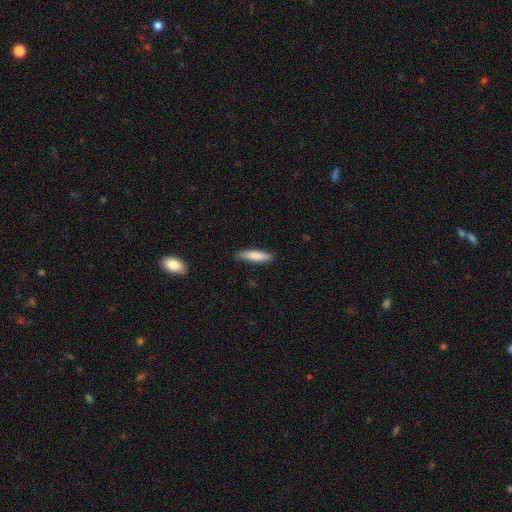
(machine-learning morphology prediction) Smooth or featured?
  - smooth: 82% *
  - featured or disk: 12%
  - star or artifact: 6%
How rounded?
  - cigar-shaped: 78% *
  - in between: 20%
  - round: 1%
Merging?
  - none: 83% *
  - minor disturbance: 14%
  - major disturbance: 2%
  - merger: 1%